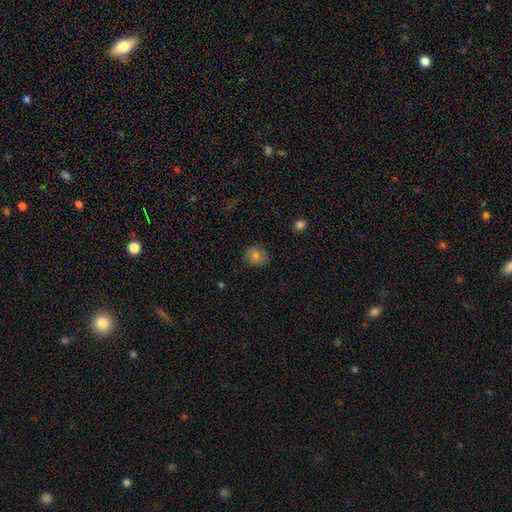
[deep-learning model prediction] Smooth or featured: smooth — 75% (featured or disk — 14%)
How rounded: round — 80% (in between — 19%)
Merging: none — 83% (minor disturbance — 13%)